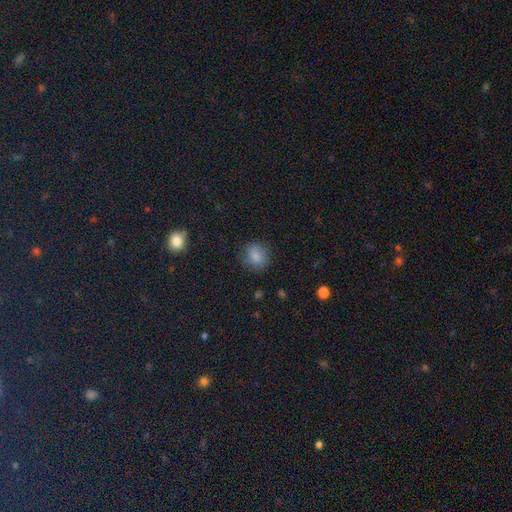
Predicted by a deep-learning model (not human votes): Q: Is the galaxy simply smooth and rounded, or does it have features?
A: smooth — 81%.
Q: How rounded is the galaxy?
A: round — 70%.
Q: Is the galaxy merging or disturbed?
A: none — 79%.